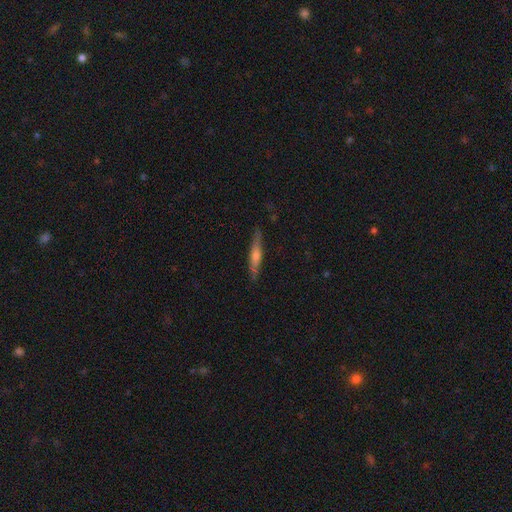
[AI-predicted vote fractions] This is likely a featured or disk galaxy (64%). It is clearly viewed edge-on (95%). Edge-on bulge: likely rounded (78%). Merging: clearly none (88%).